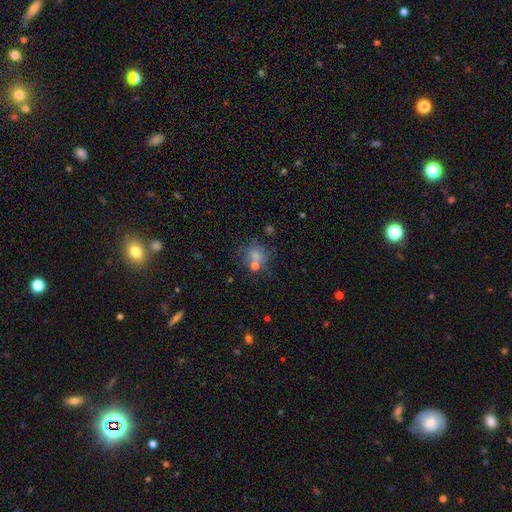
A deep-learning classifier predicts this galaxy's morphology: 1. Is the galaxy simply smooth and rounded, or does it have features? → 55% smooth, 30% star or artifact, 15% featured or disk.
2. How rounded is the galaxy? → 81% round, 17% in between, 1% cigar-shaped.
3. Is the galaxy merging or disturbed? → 64% none, 16% merger, 13% minor disturbance, 7% major disturbance.